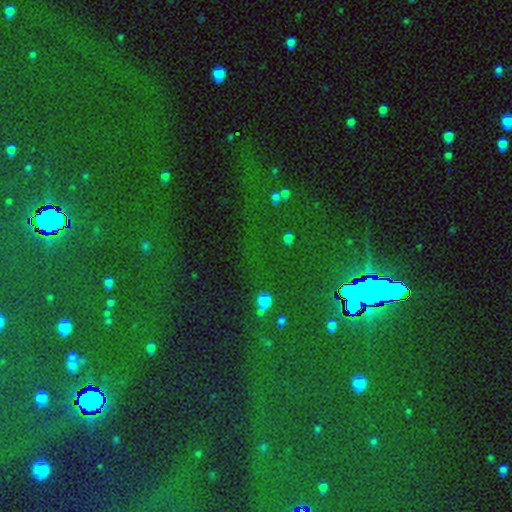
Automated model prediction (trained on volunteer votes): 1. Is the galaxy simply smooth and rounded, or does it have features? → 83% star or artifact, 9% smooth, 8% featured or disk.